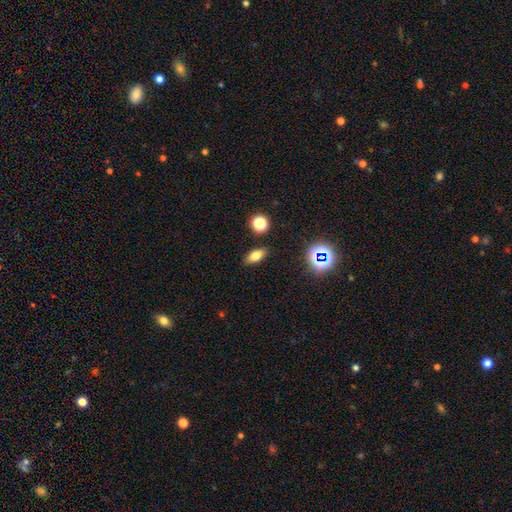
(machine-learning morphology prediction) smooth-or-featured: smooth: 72% | star or artifact: 15% | featured or disk: 13%
  how-rounded: in between: 78% | cigar-shaped: 12% | round: 10%
  merging: none: 86% | minor disturbance: 9% | merger: 3% | major disturbance: 3%